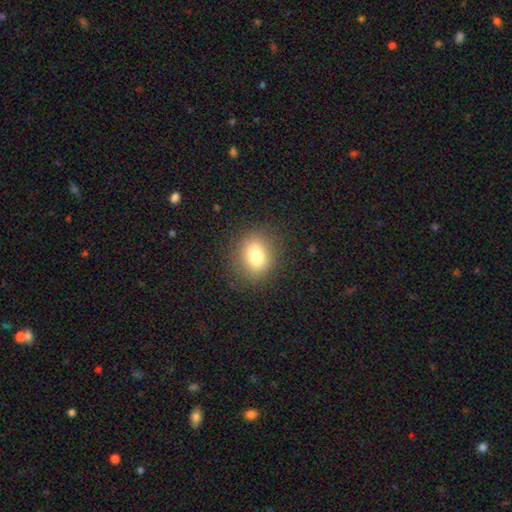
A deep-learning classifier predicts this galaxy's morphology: smooth-or-featured: smooth: 77% | star or artifact: 12% | featured or disk: 11%
  how-rounded: round: 57% | in between: 42% | cigar-shaped: 1%
  merging: none: 85% | minor disturbance: 10% | major disturbance: 4% | merger: 1%